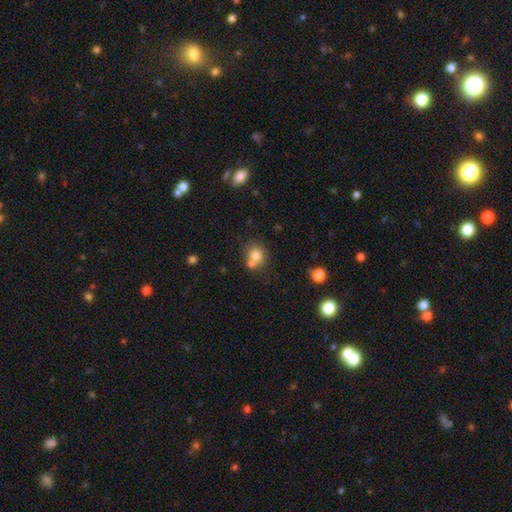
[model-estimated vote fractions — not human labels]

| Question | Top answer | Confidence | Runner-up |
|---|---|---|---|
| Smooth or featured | smooth | 76% | star or artifact (12%) |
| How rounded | round | 78% | in between (21%) |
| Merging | none | 49% | merger (39%) |